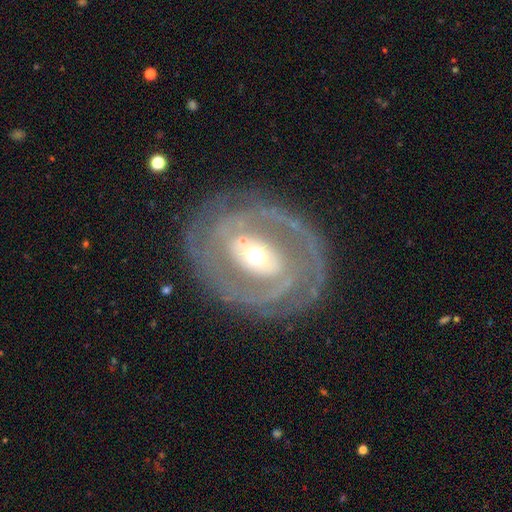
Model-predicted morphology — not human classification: featured or disk 83%, smooth 12%, star or artifact 5%. Down the decision tree: edge-on disk — no (96%); bar — no (52%); spiral arms — yes (80%); spiral arm count — 2 (53%); spiral winding — tight (59%); bulge size — moderate (61%); merging — none (75%).